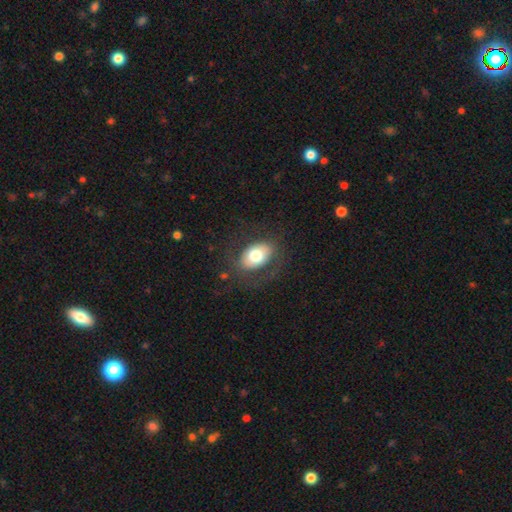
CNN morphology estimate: smooth_or_featured: smooth (p=0.66) [alt: featured or disk p=0.27]
how_rounded: in between (p=0.82) [alt: round p=0.17]
merging: none (p=0.74) [alt: minor disturbance p=0.14]